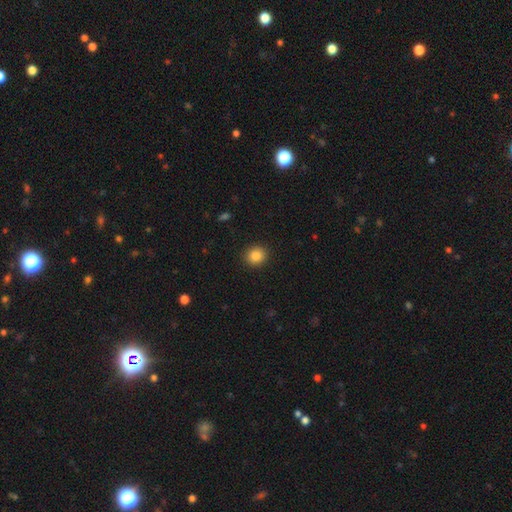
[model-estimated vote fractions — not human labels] smooth 86%, star or artifact 10%, featured or disk 4%. Down the decision tree: how rounded — round (80%); merging — none (91%).